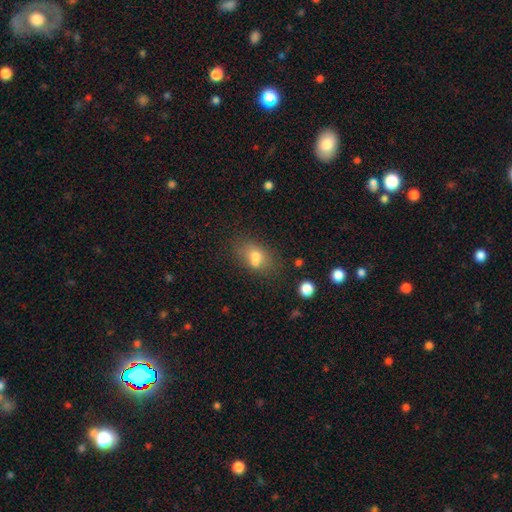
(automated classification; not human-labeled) This appears to be a smooth galaxy with no disk features (67%) that is in between round and cigar-shaped (67%). Merging: none (46%).